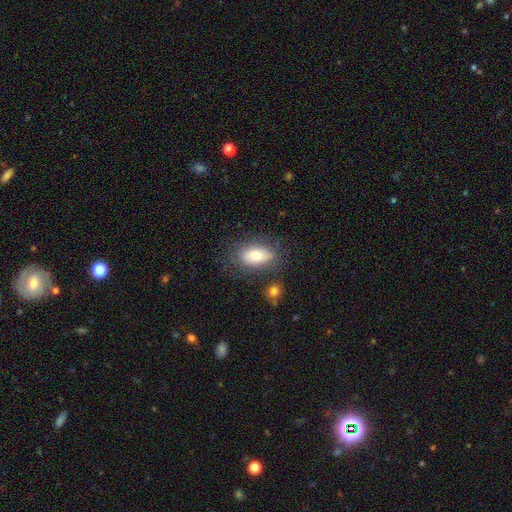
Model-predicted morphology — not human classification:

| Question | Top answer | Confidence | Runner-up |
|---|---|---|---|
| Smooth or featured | smooth | 74% | featured or disk (19%) |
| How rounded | in between | 89% | round (6%) |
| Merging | none | 73% | minor disturbance (16%) |